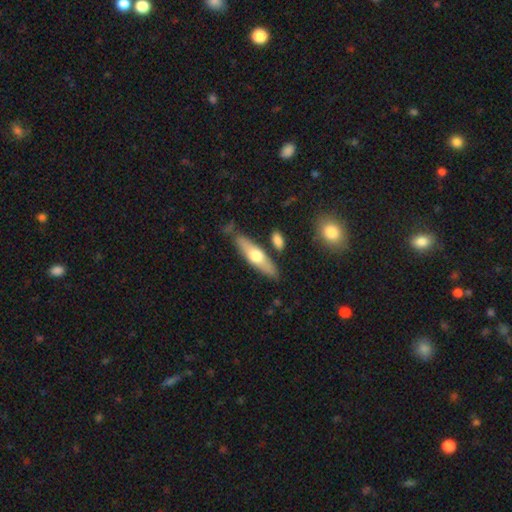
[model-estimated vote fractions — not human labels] This appears to be a smooth galaxy with no disk features (50%) that is cigar-shaped (65%). Merging: none (79%).